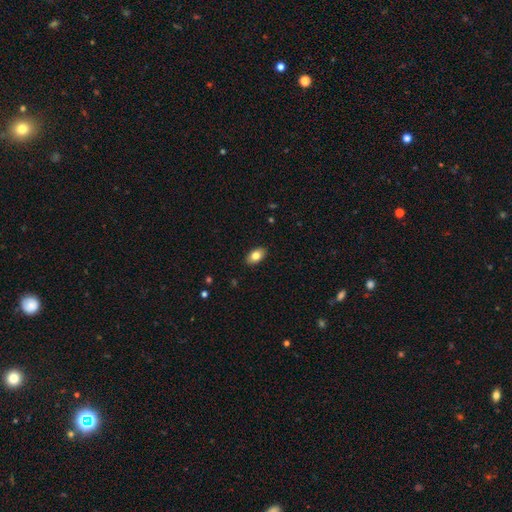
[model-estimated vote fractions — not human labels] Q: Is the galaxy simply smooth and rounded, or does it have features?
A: smooth — 81%.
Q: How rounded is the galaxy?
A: in between — 91%.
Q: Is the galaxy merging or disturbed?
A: none — 89%.